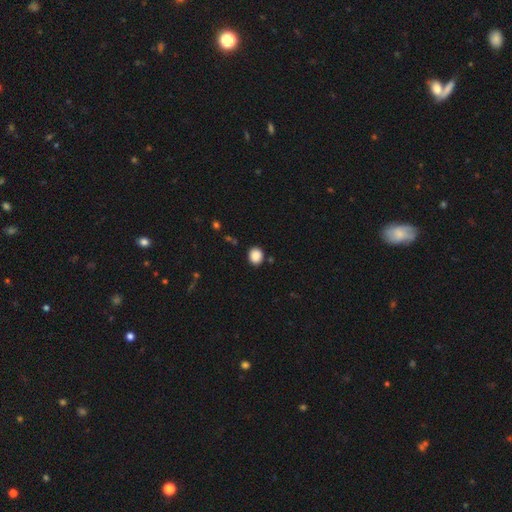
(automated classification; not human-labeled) A smooth galaxy with no disk features (88%) that is round (68%).

Vote fractions:
- Smooth or featured? smooth: 88% / star or artifact: 9% / featured or disk: 3%
- How rounded? round: 68% / in between: 31% / cigar-shaped: 1%
- Merging? none: 87% / minor disturbance: 9% / major disturbance: 2% / merger: 2%